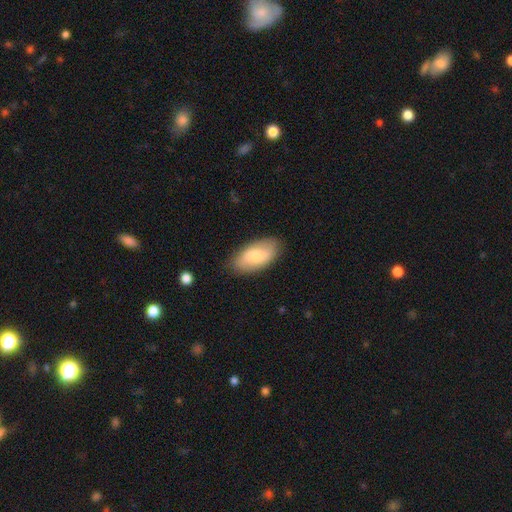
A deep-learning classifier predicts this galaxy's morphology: Q: Smooth or featured?
A: smooth (68%); runner-up: featured or disk (26%)
Q: How rounded?
A: in between (93%); runner-up: cigar-shaped (4%)
Q: Merging?
A: none (82%); runner-up: minor disturbance (13%)